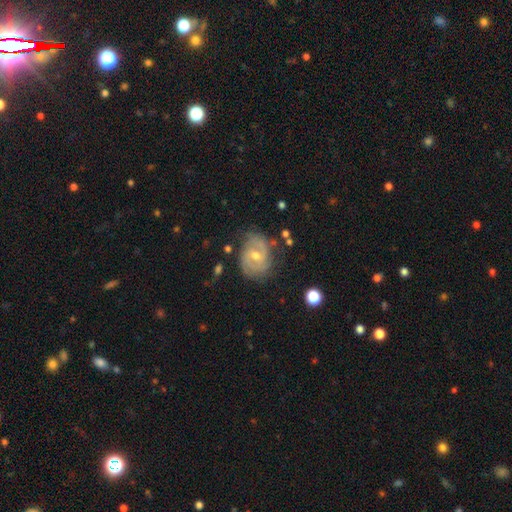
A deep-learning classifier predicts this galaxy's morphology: A featured or disk galaxy (82%) with a weak bar (52%), 2 (75%) tight (44%, tied with medium) spiral arms (94%) and a moderate central bulge (53%). Merging: none (74%).